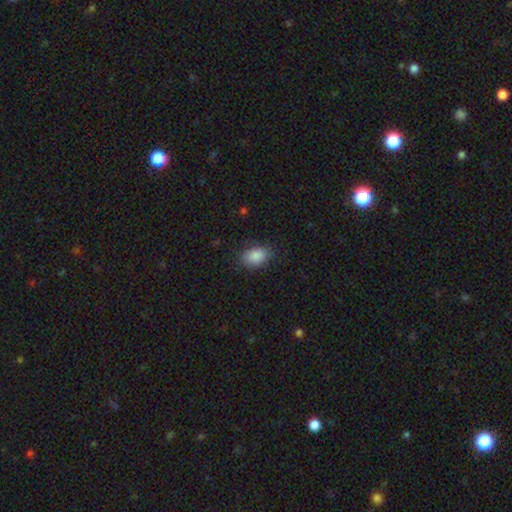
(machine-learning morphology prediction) Smooth or featured: smooth — 88% (star or artifact — 8%)
How rounded: in between — 84% (round — 15%)
Merging: none — 81% (minor disturbance — 14%)